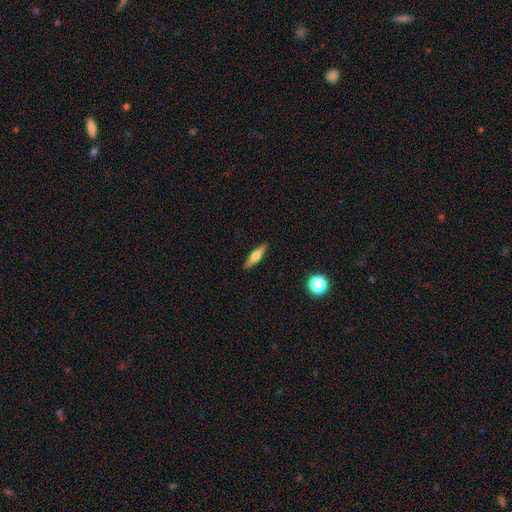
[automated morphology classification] Smooth or featured? featured or disk (54%)
Edge-on disk? yes (95%)
Edge-on bulge? rounded (92%)
Merging? none (90%)